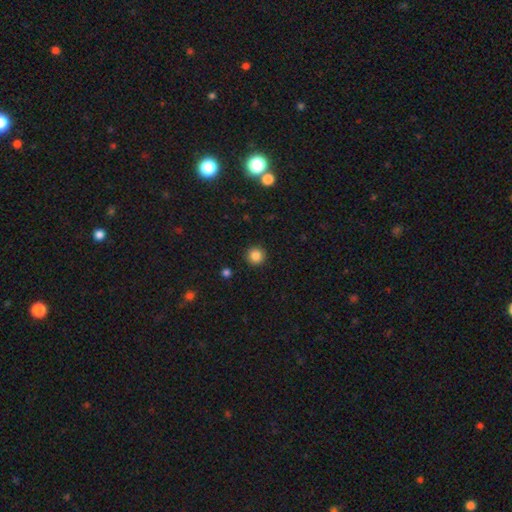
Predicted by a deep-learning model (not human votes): Overall: smooth (85%). How rounded: round (95%). Merging: none (92%).